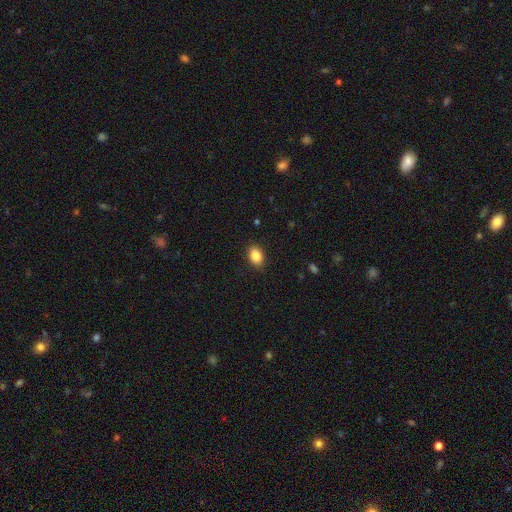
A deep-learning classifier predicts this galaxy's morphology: type=smooth (87%); roundness=in between (79%); merging=none (88%).